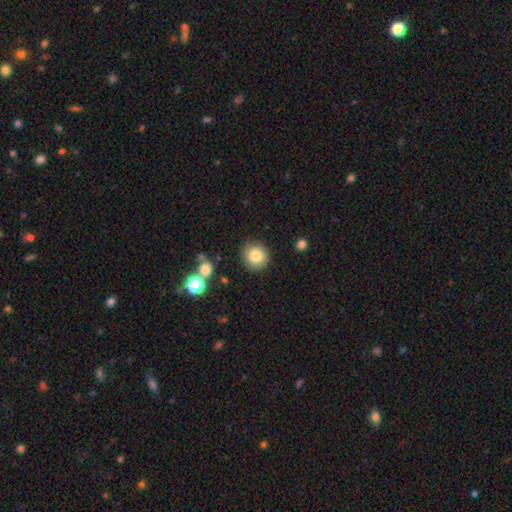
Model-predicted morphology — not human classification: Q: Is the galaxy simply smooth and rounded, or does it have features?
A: smooth — 84%.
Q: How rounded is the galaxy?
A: round — 90%.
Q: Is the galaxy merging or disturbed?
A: none — 85%.